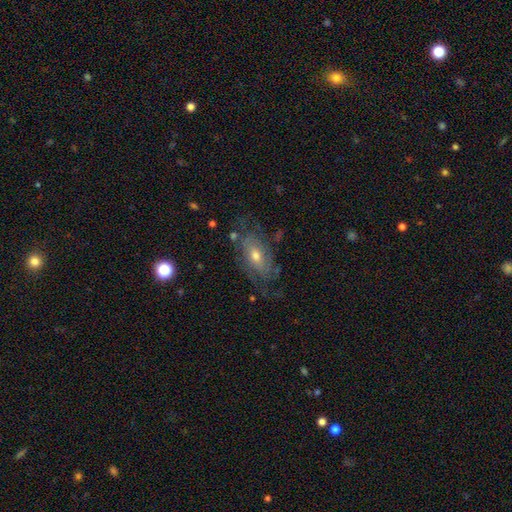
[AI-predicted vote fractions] Morphology: type=featured or disk (65%); edge-on=no (87%); bar=no (72%); spiral arms=yes (70%); bulge=moderate (65%); merging=none (62%).